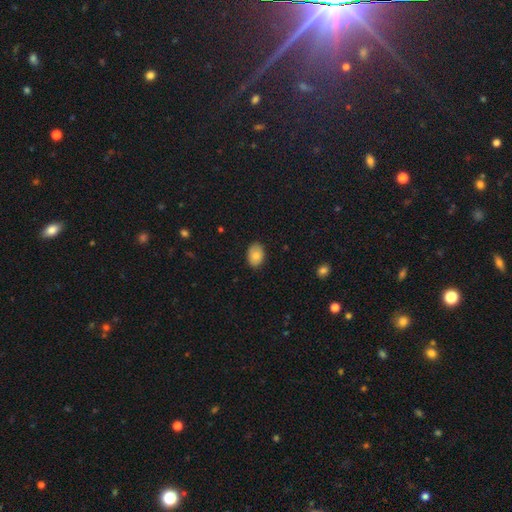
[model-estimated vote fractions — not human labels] Smooth or featured?
  - smooth: 84% *
  - featured or disk: 8%
  - star or artifact: 7%
How rounded?
  - in between: 80% *
  - round: 19%
  - cigar-shaped: 1%
Merging?
  - none: 85% *
  - minor disturbance: 12%
  - major disturbance: 2%
  - merger: 1%